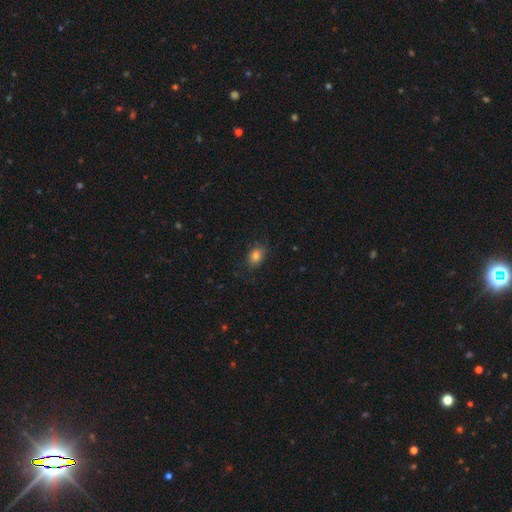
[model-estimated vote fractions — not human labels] smooth_or_featured: smooth (p=0.81) [alt: star or artifact p=0.11]
how_rounded: in between (p=0.71) [alt: round p=0.28]
merging: none (p=0.76) [alt: minor disturbance p=0.18]